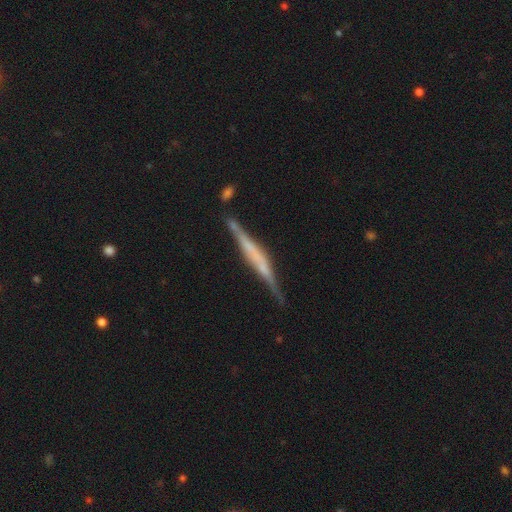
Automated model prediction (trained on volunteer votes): This appears to be a featured or disk galaxy (68%) viewed edge-on (95%) with no central bulge (45%). Merging: none (68%).